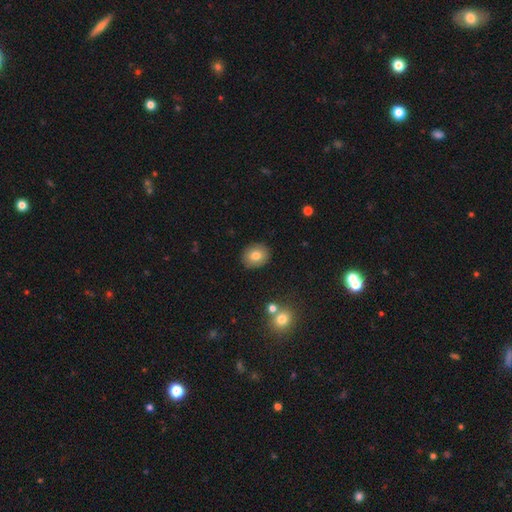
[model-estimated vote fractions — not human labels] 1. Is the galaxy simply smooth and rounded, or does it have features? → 78% smooth, 12% featured or disk, 10% star or artifact.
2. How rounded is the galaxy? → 67% round, 32% in between, 1% cigar-shaped.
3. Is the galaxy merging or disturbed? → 89% none, 8% minor disturbance, 2% major disturbance, 2% merger.